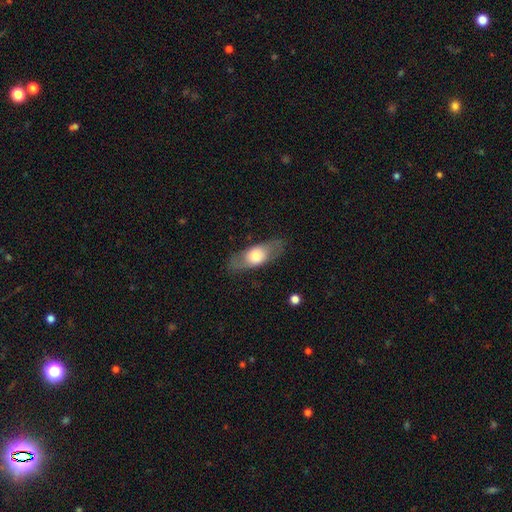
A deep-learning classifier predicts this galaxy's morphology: The model was most divided on "smooth or featured": smooth: 53%, featured or disk: 40%, star or artifact: 6%. More confident: merging — none (78%); how rounded — in between (72%).